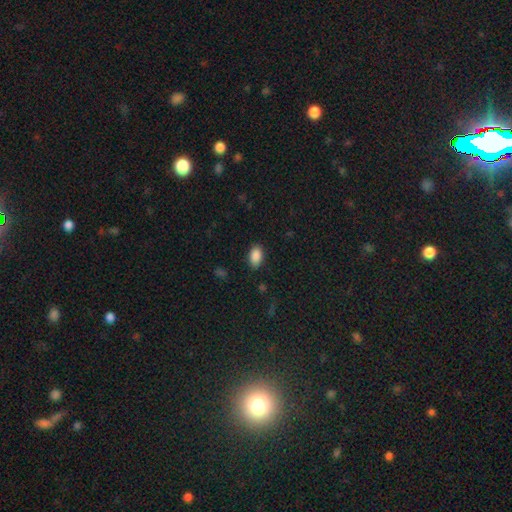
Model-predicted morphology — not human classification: Smooth or featured: smooth — 88% (star or artifact — 8%)
How rounded: in between — 92% (round — 6%)
Merging: none — 87% (minor disturbance — 10%)